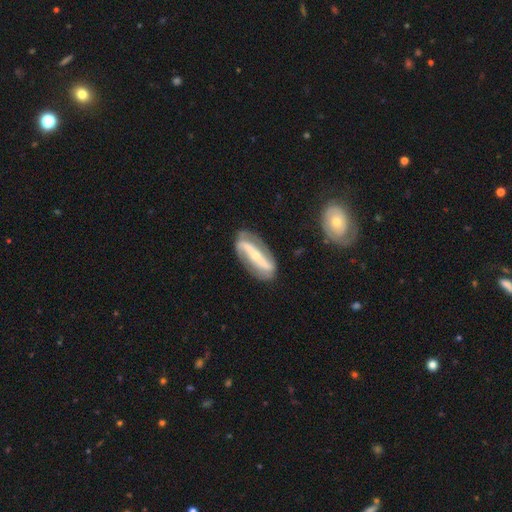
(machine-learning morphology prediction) This appears to be a featured or disk galaxy (83%) with a strong bar (74%), 2 (89%) loose (41%) spiral arms (87%) and a small central bulge (65%). Merging: none (79%).